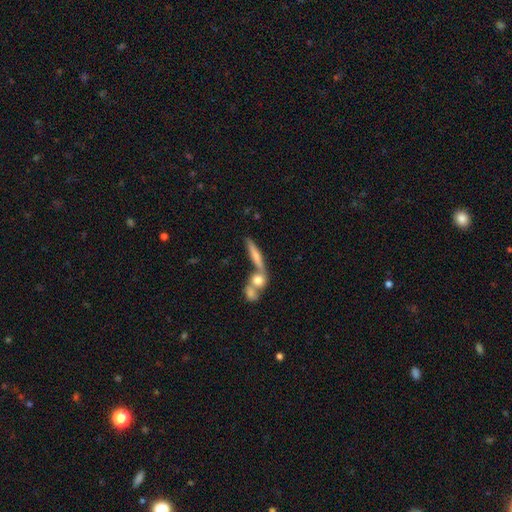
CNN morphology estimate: Smooth or featured? Predicted: smooth (p=0.56). How rounded? Predicted: cigar-shaped (p=0.74). Merging? Predicted: none (p=0.47).